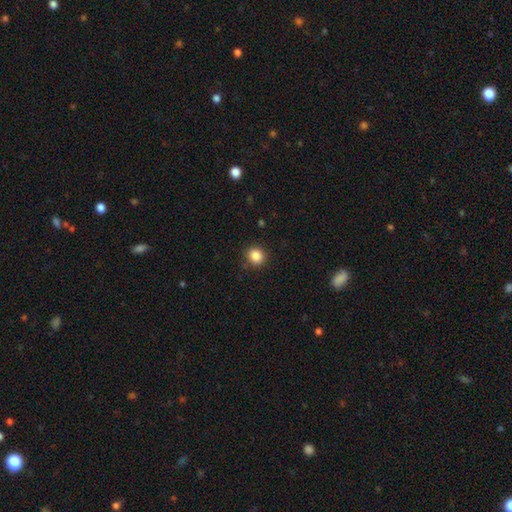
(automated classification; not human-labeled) Smooth or featured? smooth (86%)
How rounded? round (84%)
Merging? none (87%)